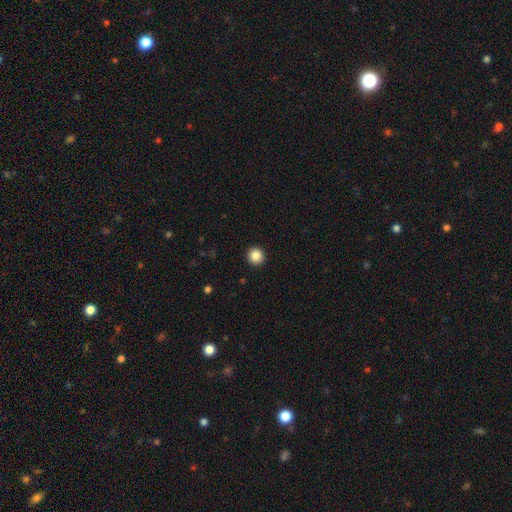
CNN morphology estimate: A smooth galaxy with no disk features (87%) that is round (94%).

Vote fractions:
- Smooth or featured? smooth: 87% / star or artifact: 10% / featured or disk: 4%
- How rounded? round: 94% / in between: 5% / cigar-shaped: 1%
- Merging? none: 93% / minor disturbance: 4% / major disturbance: 2% / merger: 1%